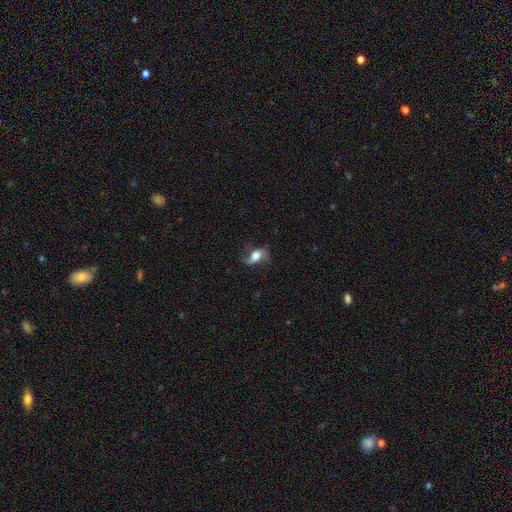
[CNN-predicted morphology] This appears to be a smooth galaxy with no disk features (49%). Merging: none (60%).